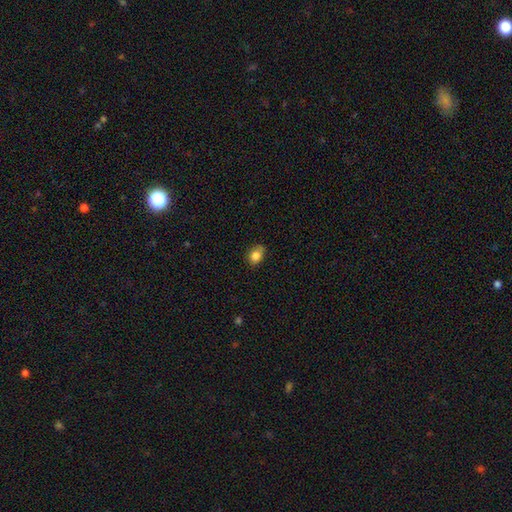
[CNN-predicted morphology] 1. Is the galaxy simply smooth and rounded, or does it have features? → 84% smooth, 10% star or artifact, 6% featured or disk.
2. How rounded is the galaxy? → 53% in between, 46% round, 1% cigar-shaped.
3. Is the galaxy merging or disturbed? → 65% none, 27% minor disturbance, 5% major disturbance, 4% merger.